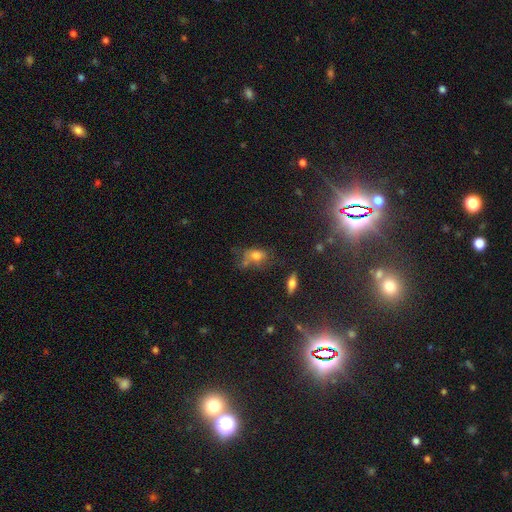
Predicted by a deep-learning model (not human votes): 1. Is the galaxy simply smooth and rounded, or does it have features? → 62% smooth, 21% featured or disk, 17% star or artifact.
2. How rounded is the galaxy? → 75% in between, 21% round, 4% cigar-shaped.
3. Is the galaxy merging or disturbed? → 41% none, 26% minor disturbance, 19% major disturbance, 14% merger.